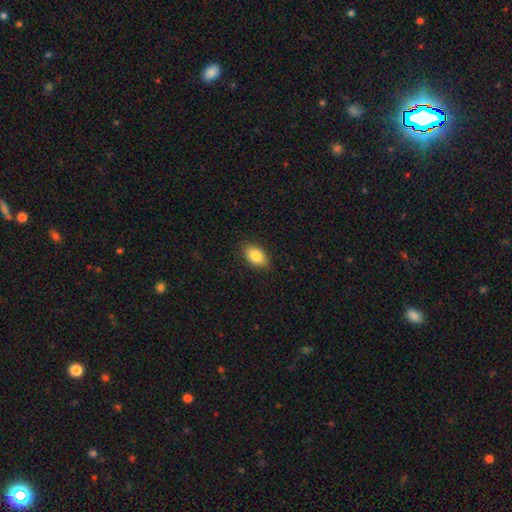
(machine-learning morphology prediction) type=smooth (85%); roundness=in between (90%); merging=none (87%).